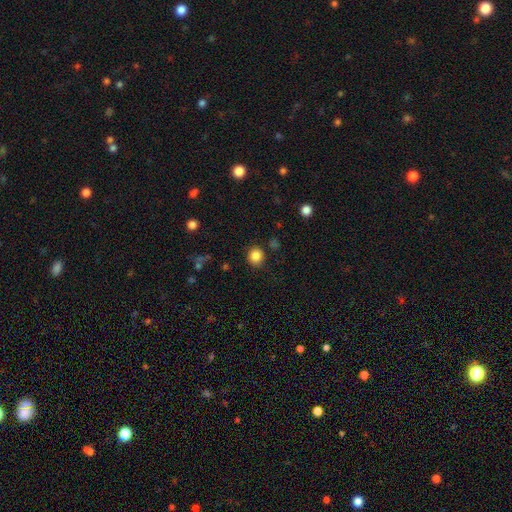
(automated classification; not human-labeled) The model was most divided on "smooth or featured": smooth: 86%, star or artifact: 11%, featured or disk: 4%. More confident: how rounded — round (88%); merging — none (87%).